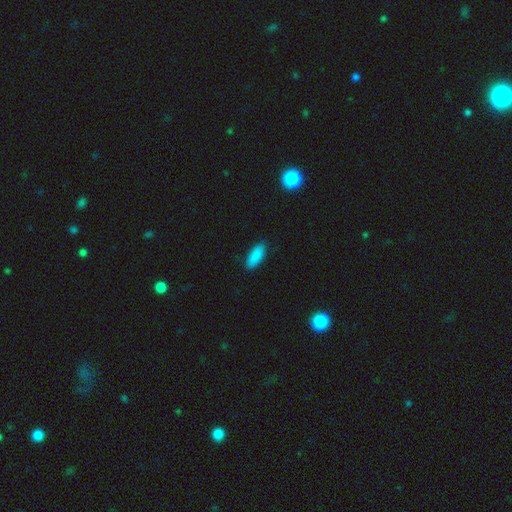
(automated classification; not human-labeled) smooth 89%, star or artifact 7%, featured or disk 4%. Down the decision tree: how rounded — in between (74%); merging — none (86%).